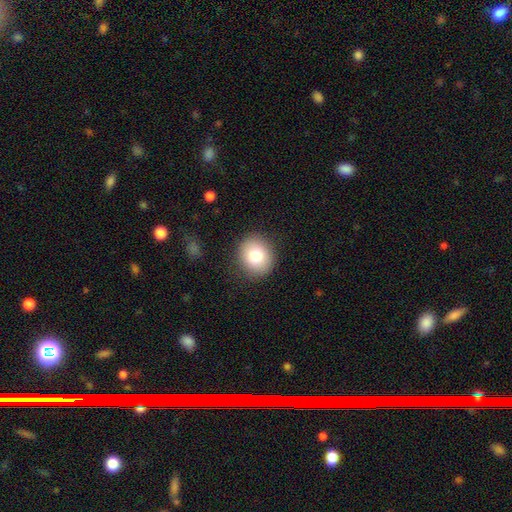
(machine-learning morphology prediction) A smooth galaxy with no disk features (79%) that is round (75%).

Vote fractions:
- Smooth or featured? smooth: 79% / featured or disk: 11% / star or artifact: 9%
- How rounded? round: 75% / in between: 24% / cigar-shaped: 1%
- Merging? none: 88% / minor disturbance: 8% / major disturbance: 3% / merger: 1%